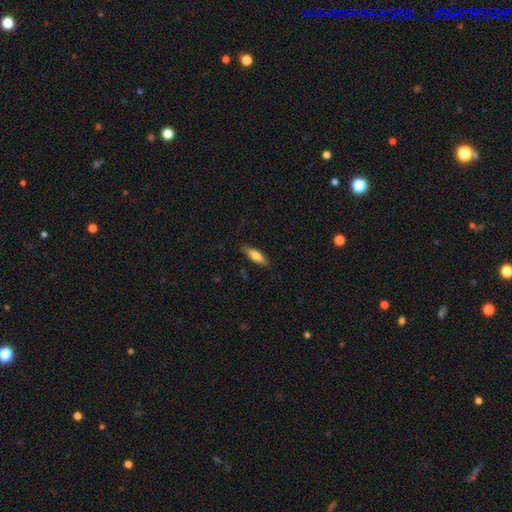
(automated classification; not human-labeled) Smooth or featured: smooth — 68% (featured or disk — 26%)
How rounded: cigar-shaped — 56% (in between — 42%)
Merging: none — 85% (minor disturbance — 12%)